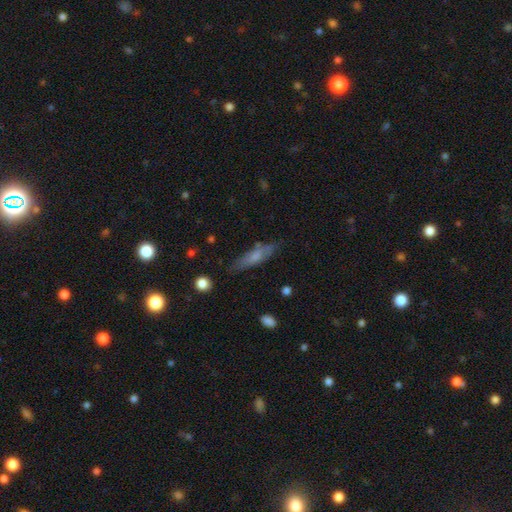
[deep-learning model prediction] Smooth or featured? Predicted: smooth (p=0.62). How rounded? Predicted: cigar-shaped (p=0.67). Merging? Predicted: none (p=0.73).